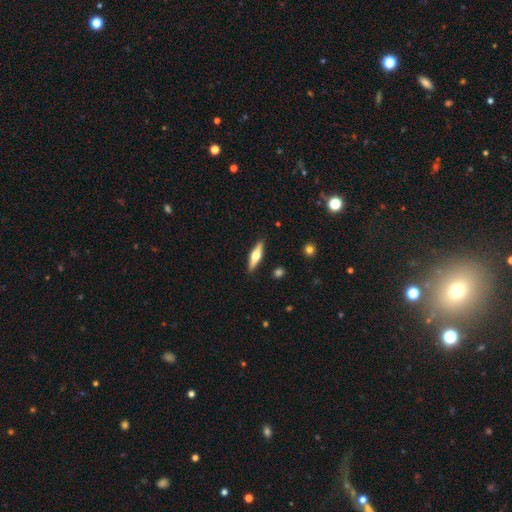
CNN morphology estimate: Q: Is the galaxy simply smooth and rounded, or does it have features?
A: featured or disk — 54%.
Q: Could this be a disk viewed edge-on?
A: yes — 94%.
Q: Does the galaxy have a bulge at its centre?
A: rounded — 94%.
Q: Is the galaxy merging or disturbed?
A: none — 89%.